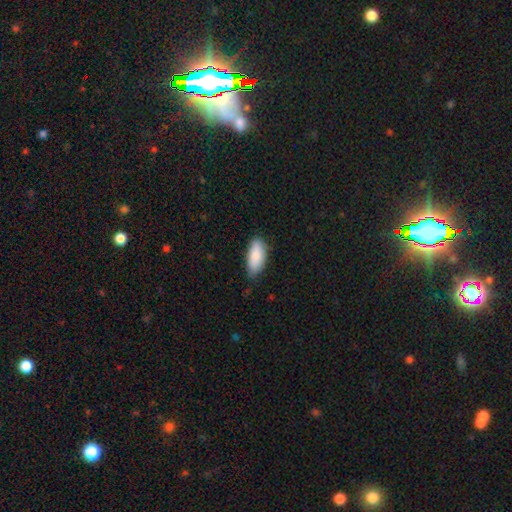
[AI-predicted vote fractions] smooth 87%, featured or disk 7%, star or artifact 6%. Down the decision tree: how rounded — in between (86%); merging — none (74%).